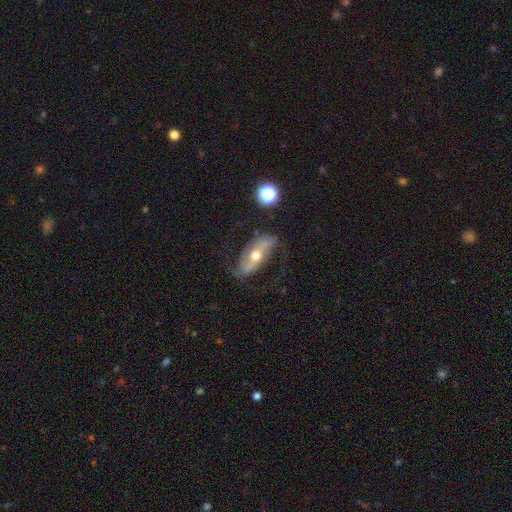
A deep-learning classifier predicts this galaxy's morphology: Smooth or featured? Predicted: featured or disk (p=0.74). Edge-on disk? Predicted: no (p=0.86). Bar? Predicted: no (p=0.40). Spiral arms? Predicted: yes (p=0.87). Spiral winding? Predicted: loose (p=0.70). Spiral arm count? Predicted: 2 (p=0.90). Bulge size? Predicted: moderate (p=0.74). Merging? Predicted: none (p=0.67).